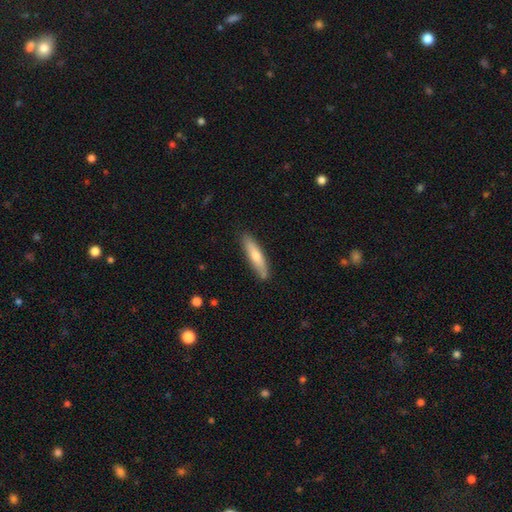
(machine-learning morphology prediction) This appears to be a smooth galaxy with no disk features (61%) that is cigar-shaped (82%). Merging: none (86%).